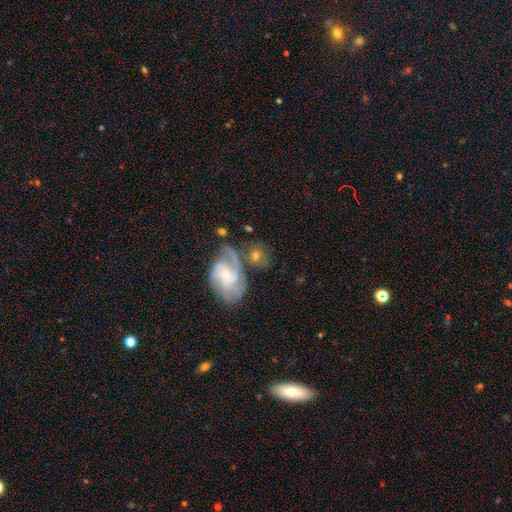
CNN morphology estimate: type=featured or disk (65%); edge-on=no (96%); bar=no (54%); spiral arms=yes (91%); winding=medium (45%); arm count=2 (31%); bulge=small (65%); merging=none (50%).